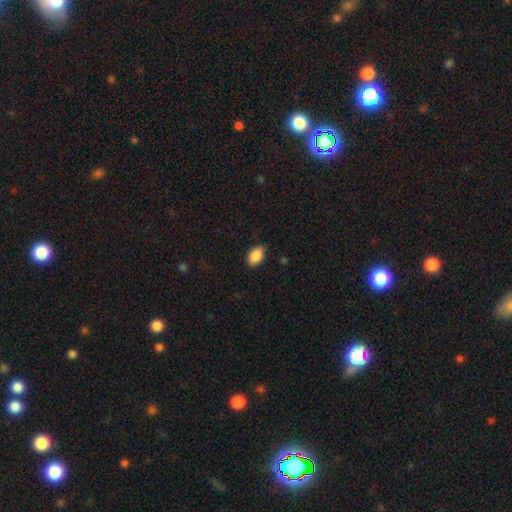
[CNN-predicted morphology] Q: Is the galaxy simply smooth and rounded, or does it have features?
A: smooth — 88%.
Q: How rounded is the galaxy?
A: in between — 87%.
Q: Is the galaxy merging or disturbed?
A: none — 78%.